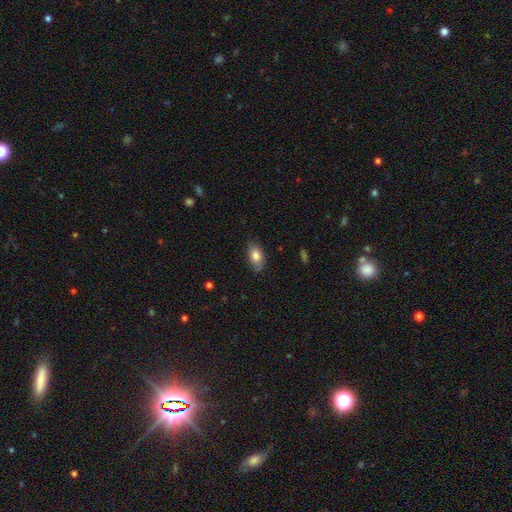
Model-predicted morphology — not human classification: The model was most divided on "merging": none: 83%, minor disturbance: 14%, major disturbance: 2%, merger: 1%. More confident: how rounded — in between (91%); smooth or featured — smooth (81%).